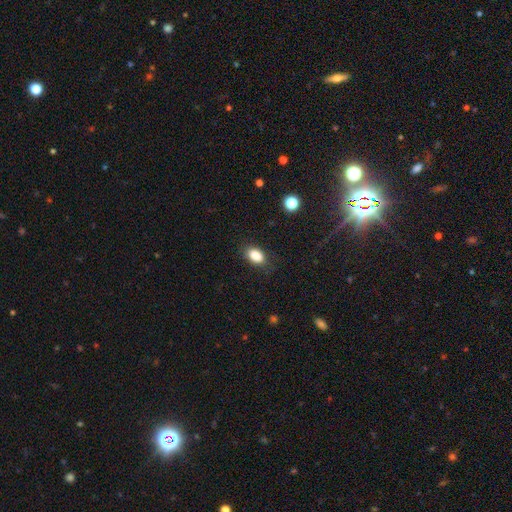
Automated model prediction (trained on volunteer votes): Morphology: type=smooth (85%); roundness=in between (88%); merging=none (82%).